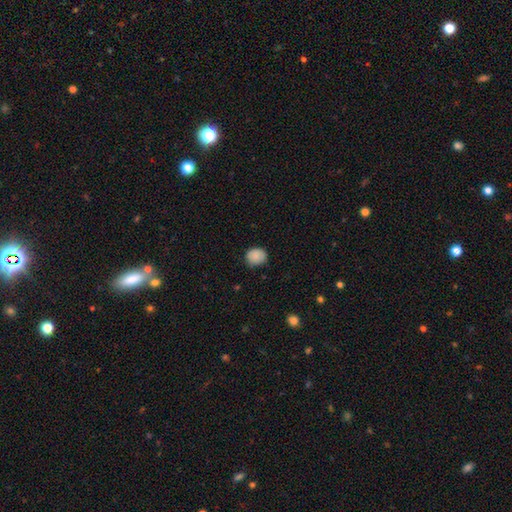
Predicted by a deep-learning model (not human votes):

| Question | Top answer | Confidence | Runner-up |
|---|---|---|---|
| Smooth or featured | smooth | 88% | star or artifact (8%) |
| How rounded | round | 73% | in between (26%) |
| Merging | none | 77% | minor disturbance (19%) |